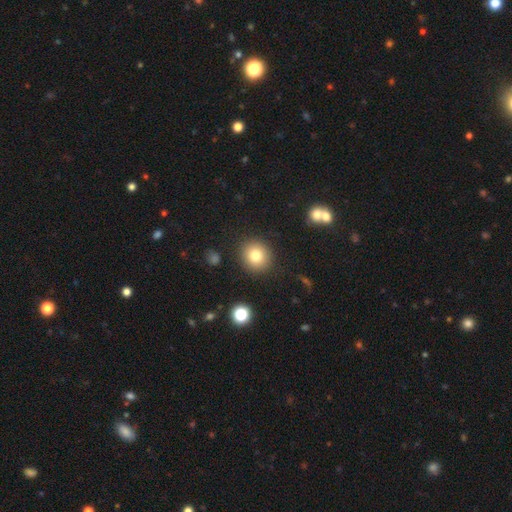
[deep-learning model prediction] Smooth or featured? smooth (79%)
How rounded? round (88%)
Merging? none (89%)